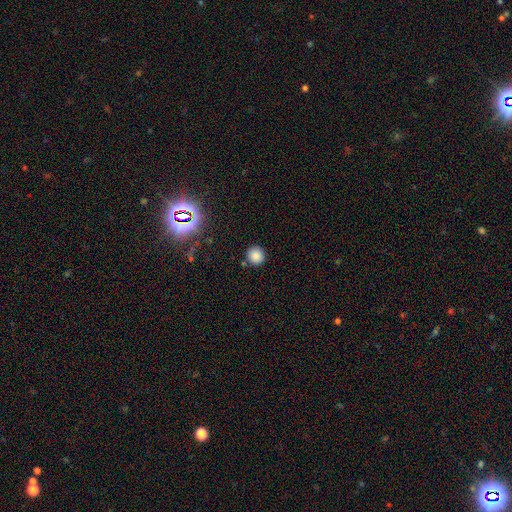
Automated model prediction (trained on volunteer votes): A smooth galaxy with no disk features (82%) that is round (91%). Merging: none (86%).